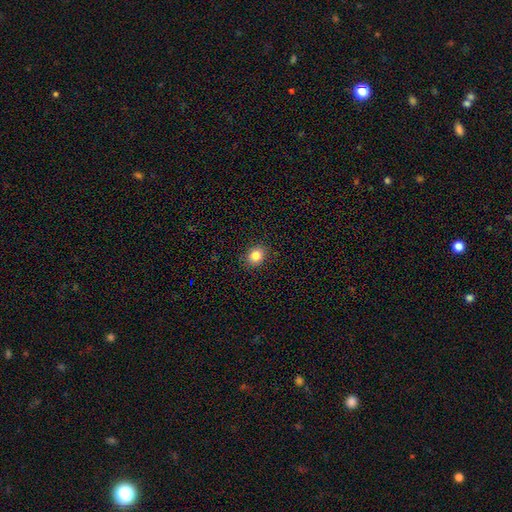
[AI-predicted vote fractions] smooth 85%, star or artifact 10%, featured or disk 4%. Down the decision tree: how rounded — round (66%); merging — none (89%).